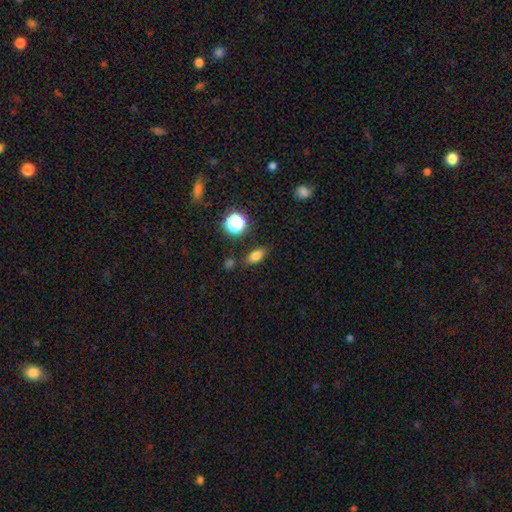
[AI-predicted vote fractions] smooth 78%, star or artifact 14%, featured or disk 8%. Down the decision tree: how rounded — in between (76%); merging — none (81%).